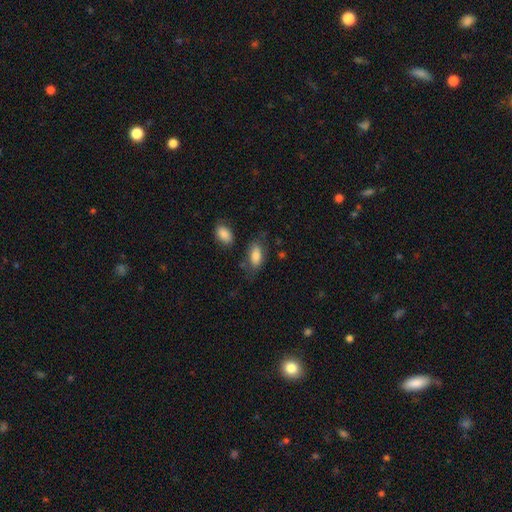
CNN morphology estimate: A smooth galaxy with no disk features (81%) that is in between round and cigar-shaped (90%).

Vote fractions:
- Smooth or featured? smooth: 81% / featured or disk: 11% / star or artifact: 8%
- How rounded? in between: 90% / cigar-shaped: 7% / round: 4%
- Merging? none: 61% / minor disturbance: 23% / major disturbance: 10% / merger: 6%